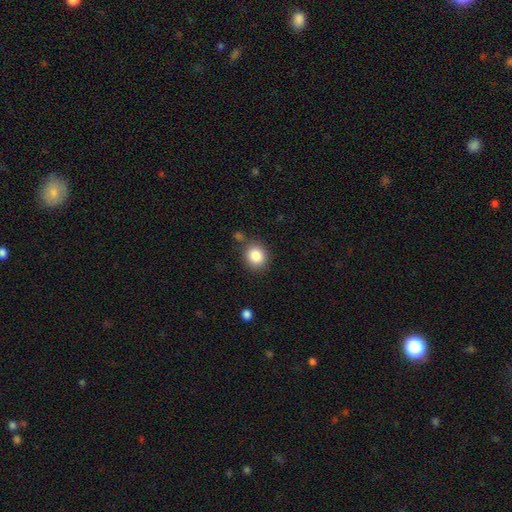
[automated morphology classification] Smooth or featured: smooth — 85% (star or artifact — 9%)
How rounded: round — 77% (in between — 22%)
Merging: none — 82% (minor disturbance — 10%)